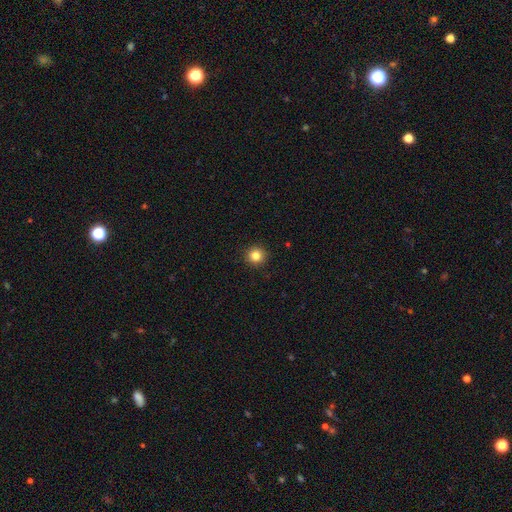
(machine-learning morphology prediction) A smooth galaxy with no disk features (83%) that is round (95%).

Vote fractions:
- Smooth or featured? smooth: 83% / star or artifact: 11% / featured or disk: 5%
- How rounded? round: 95% / in between: 5% / cigar-shaped: 1%
- Merging? none: 93% / minor disturbance: 4% / major disturbance: 2% / merger: 1%